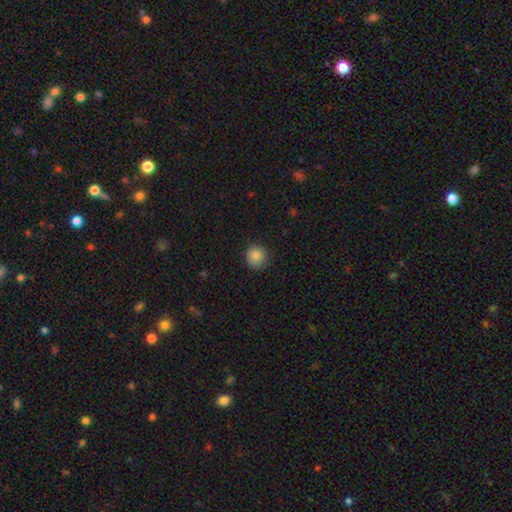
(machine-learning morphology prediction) smooth 85%, star or artifact 10%, featured or disk 5%. Down the decision tree: how rounded — round (91%); merging — none (87%).